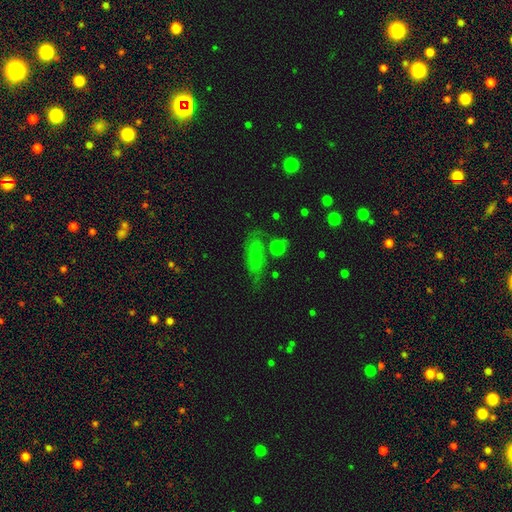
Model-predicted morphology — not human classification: Smooth or featured? smooth (55%)
How rounded? in between (67%)
Merging? none (61%)